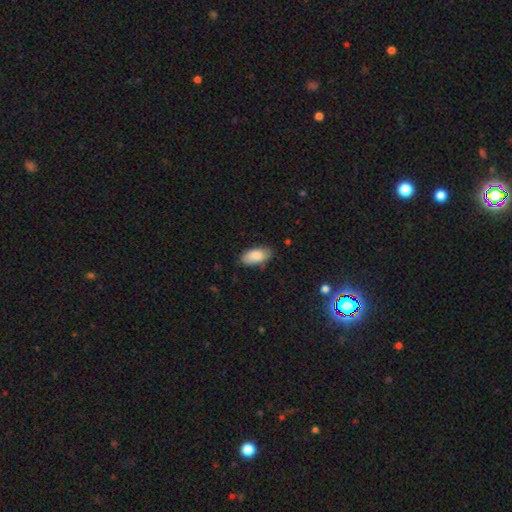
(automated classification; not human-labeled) Morphology: type=smooth (85%); roundness=in between (92%); merging=none (78%).